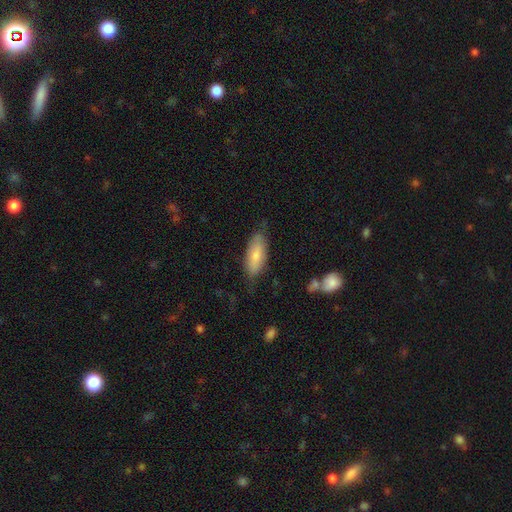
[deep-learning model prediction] Morphology: type=smooth (74%); roundness=in between (77%); merging=none (68%).